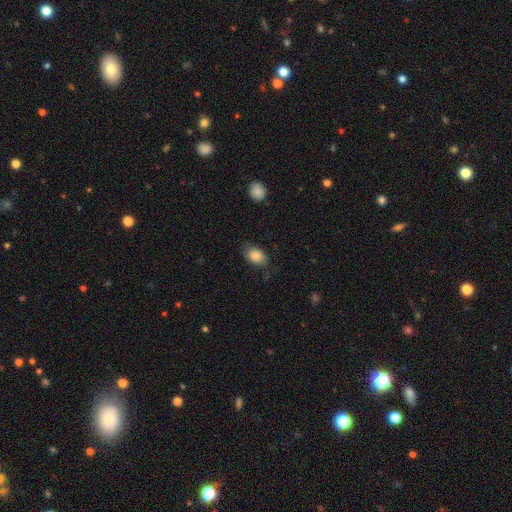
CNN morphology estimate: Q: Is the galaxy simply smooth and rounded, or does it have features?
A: smooth — 85%.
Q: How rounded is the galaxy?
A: in between — 81%.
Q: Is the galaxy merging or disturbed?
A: none — 74%.